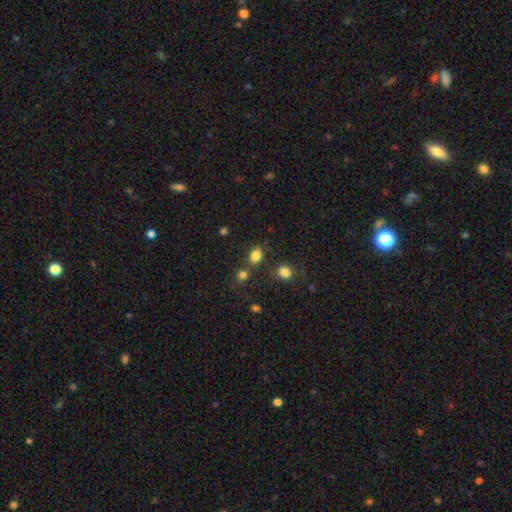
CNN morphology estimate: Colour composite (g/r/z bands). It shows a smooth galaxy with no disk features (82%) that is in between round and cigar-shaped (58%). Merging: none (70%).